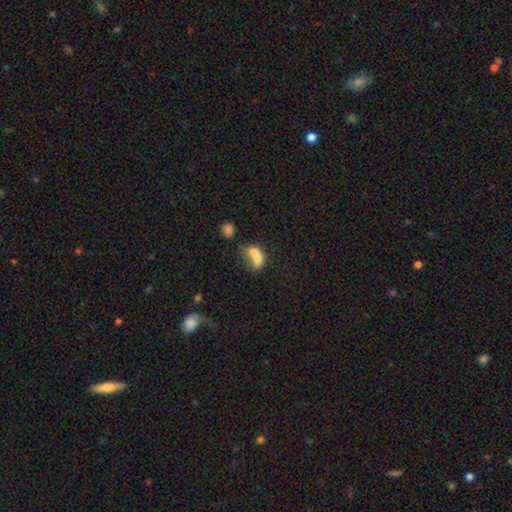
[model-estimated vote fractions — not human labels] A smooth galaxy with no disk features (69%) that is in between round and cigar-shaped (71%).

Vote fractions:
- Smooth or featured? smooth: 69% / featured or disk: 21% / star or artifact: 10%
- How rounded? in between: 71% / round: 26% / cigar-shaped: 3%
- Merging? merger: 66% / none: 16% / minor disturbance: 9% / major disturbance: 9%